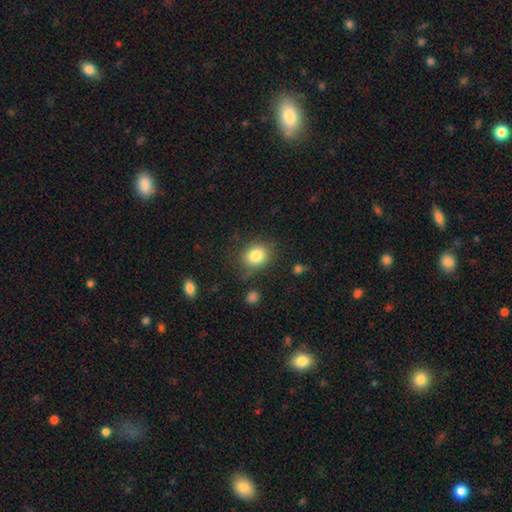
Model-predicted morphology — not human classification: Overall: smooth (82%). How rounded: round (66%; in between 33%). Merging: none (76%).